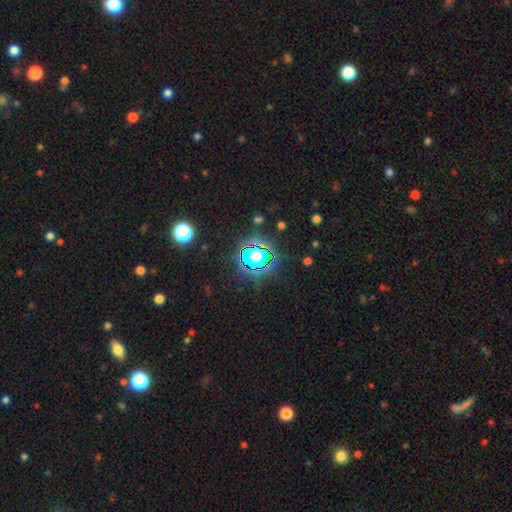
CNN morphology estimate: type=star or artifact (62%).